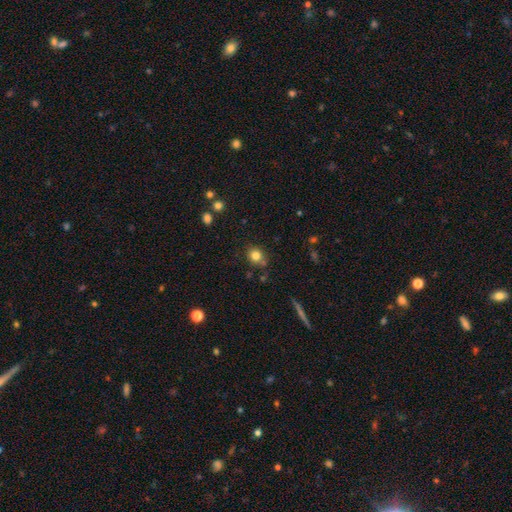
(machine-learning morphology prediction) A smooth galaxy with no disk features (81%) that is round (80%).

Vote fractions:
- Smooth or featured? smooth: 81% / star or artifact: 12% / featured or disk: 7%
- How rounded? round: 80% / in between: 19% / cigar-shaped: 1%
- Merging? none: 77% / minor disturbance: 13% / merger: 7% / major disturbance: 3%